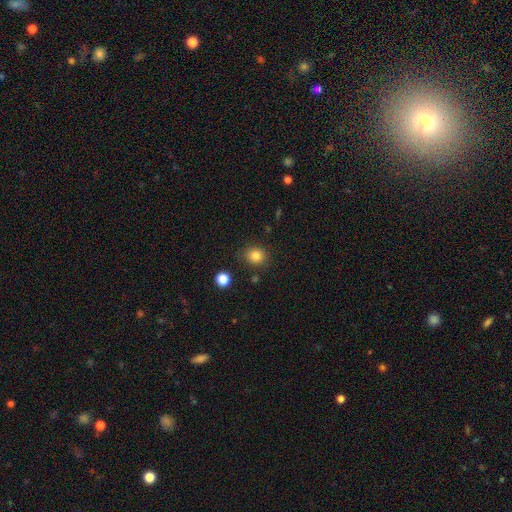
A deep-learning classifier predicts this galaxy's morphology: Smooth or featured? smooth (84%)
How rounded? round (76%)
Merging? none (84%)